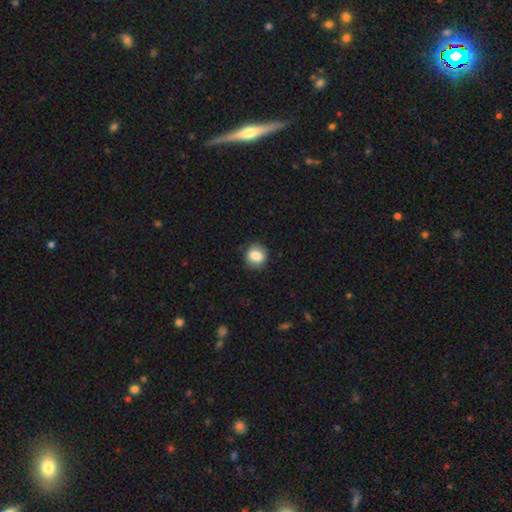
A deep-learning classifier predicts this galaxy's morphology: Smooth or featured: smooth — 83% (star or artifact — 9%)
How rounded: round — 81% (in between — 18%)
Merging: none — 85% (minor disturbance — 11%)